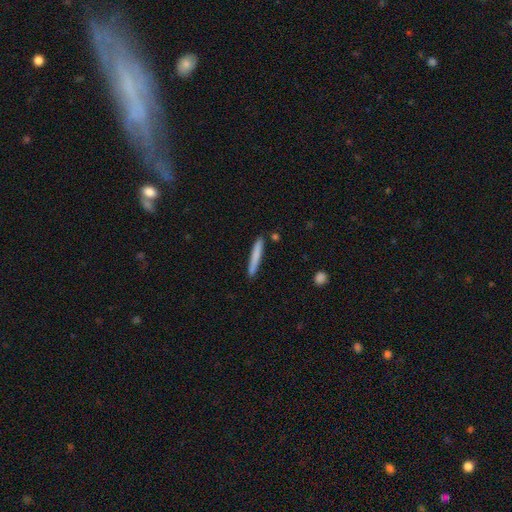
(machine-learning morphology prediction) A smooth galaxy with no disk features (76%) that is cigar-shaped (96%). Merging: none (85%).